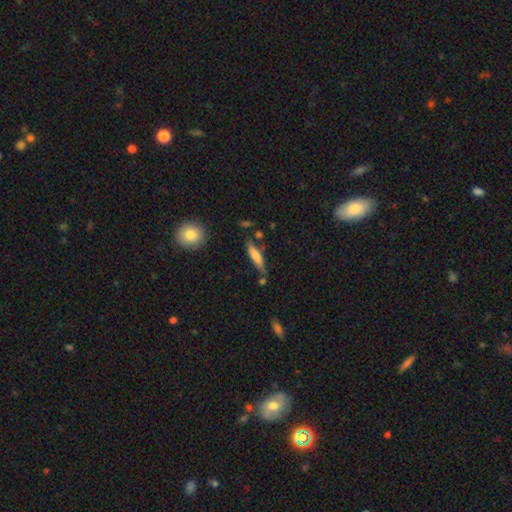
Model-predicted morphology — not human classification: A smooth galaxy with no disk features (65%) that is cigar-shaped (77%).

Vote fractions:
- Smooth or featured? smooth: 65% / featured or disk: 28% / star or artifact: 7%
- How rounded? cigar-shaped: 77% / in between: 21% / round: 2%
- Merging? none: 67% / minor disturbance: 20% / merger: 8% / major disturbance: 5%